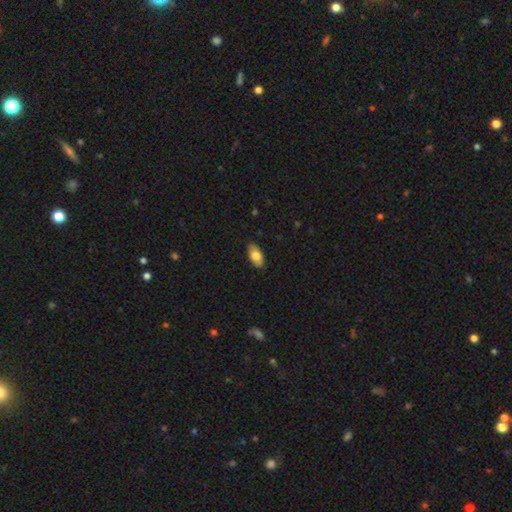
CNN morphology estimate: A smooth galaxy with no disk features (77%) that is in between round and cigar-shaped (92%).

Vote fractions:
- Smooth or featured? smooth: 77% / featured or disk: 17% / star or artifact: 6%
- How rounded? in between: 92% / cigar-shaped: 4% / round: 3%
- Merging? none: 87% / minor disturbance: 10% / major disturbance: 2% / merger: 1%